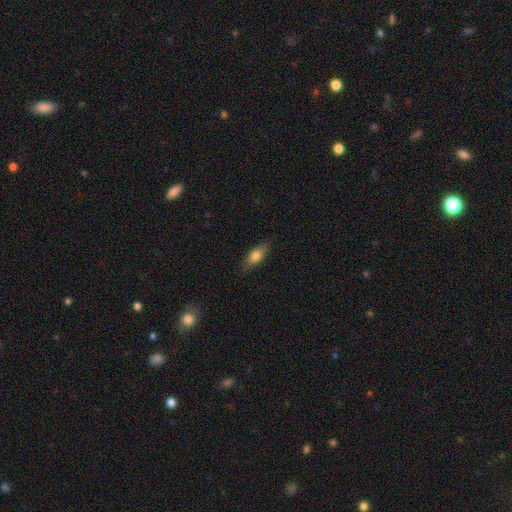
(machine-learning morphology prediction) smooth_or_featured: smooth (p=0.70) [alt: featured or disk p=0.22]
how_rounded: in between (p=0.73) [alt: cigar-shaped p=0.22]
merging: none (p=0.82) [alt: minor disturbance p=0.15]